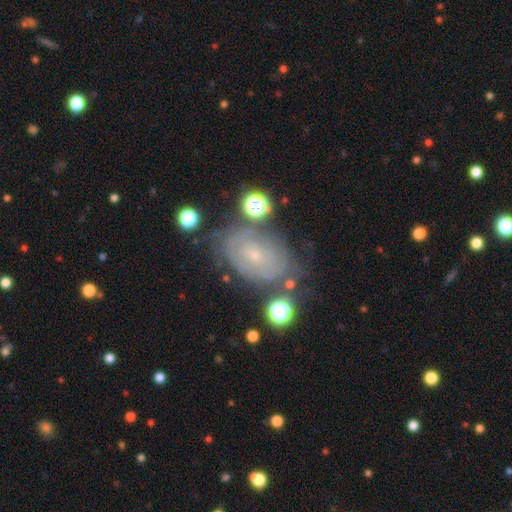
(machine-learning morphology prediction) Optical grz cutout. It shows a featured or disk galaxy (73%) with no bar (76%), tight (79%) spiral arms (86%) and a small central bulge (82%). Merging: none (71%).